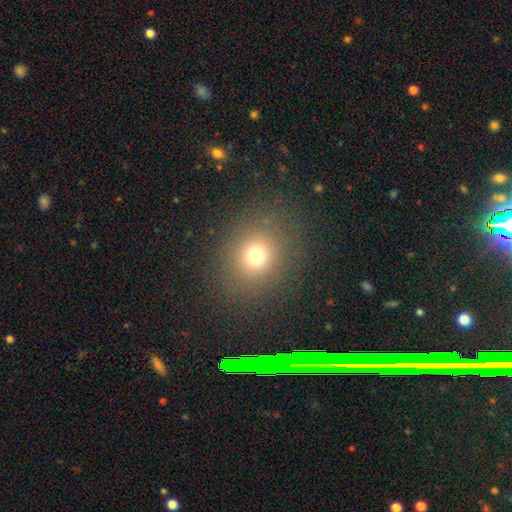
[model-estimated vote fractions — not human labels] A smooth galaxy with no disk features (71%) that is round (79%).

Vote fractions:
- Smooth or featured? smooth: 71% / star or artifact: 19% / featured or disk: 9%
- How rounded? round: 79% / in between: 20% / cigar-shaped: 1%
- Merging? none: 85% / minor disturbance: 8% / major disturbance: 5% / merger: 1%